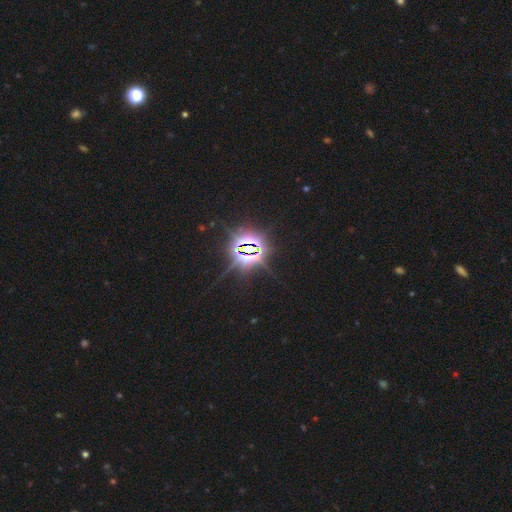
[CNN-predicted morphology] This appears to be a star or artifact, not a galaxy (86%).